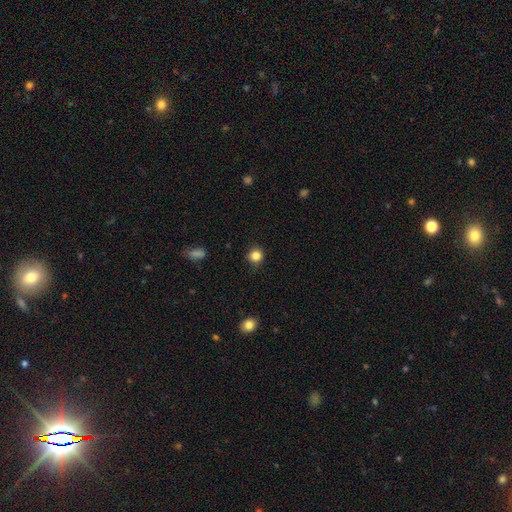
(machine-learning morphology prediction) smooth-or-featured: smooth: 84% | star or artifact: 12% | featured or disk: 5%
  how-rounded: round: 87% | in between: 12% | cigar-shaped: 1%
  merging: none: 83% | minor disturbance: 13% | major disturbance: 3% | merger: 1%